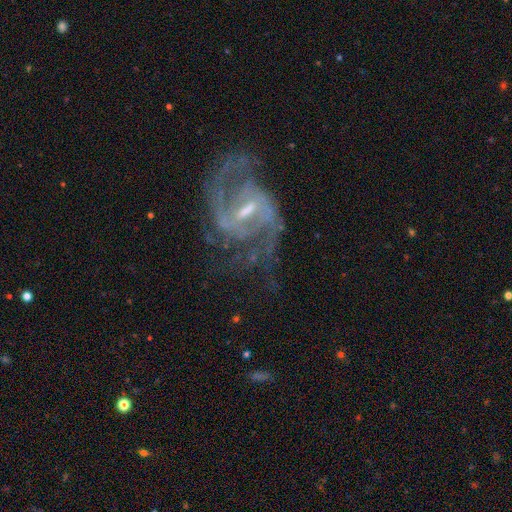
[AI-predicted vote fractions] smooth-or-featured: featured or disk: 91% | star or artifact: 6% | smooth: 3%
  disk-edge-on: no: 98% | yes: 2%
    bar: weak: 54% | strong: 35% | no: 11%
    has-spiral-arms: yes: 97% | no: 3%
      spiral-winding: medium: 58% | loose: 23% | tight: 19%
      spiral-arm-count: 2: 79% | can't tell: 7% | 3: 6% | 4: 3% | 1: 3% | more than 4: 3%
    bulge-size: small: 52% | moderate: 38% | none: 7% | large: 2% | dominant: 1%
  merging: none: 65% | minor disturbance: 17% | major disturbance: 15% | merger: 2%